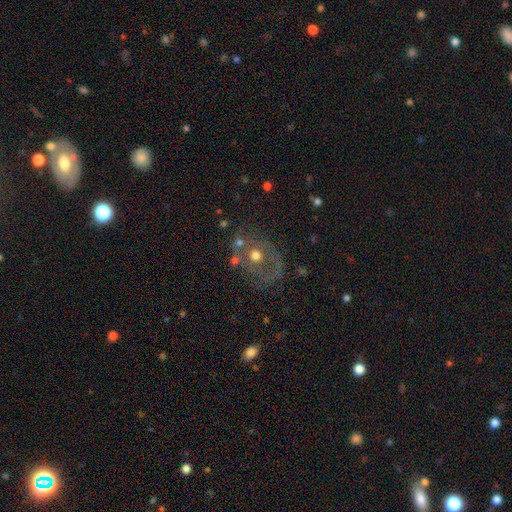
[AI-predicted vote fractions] Smooth or featured? Predicted: featured or disk (p=0.47). Merging? Predicted: none (p=0.58).